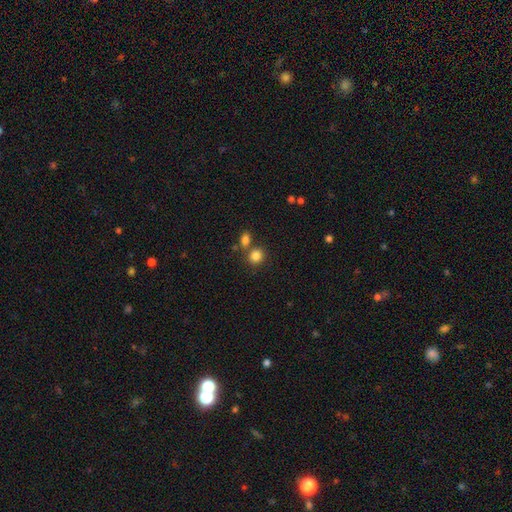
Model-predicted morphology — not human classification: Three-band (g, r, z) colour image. It shows a smooth galaxy with no disk features (84%) that is round (77%). Merging: none (63%).